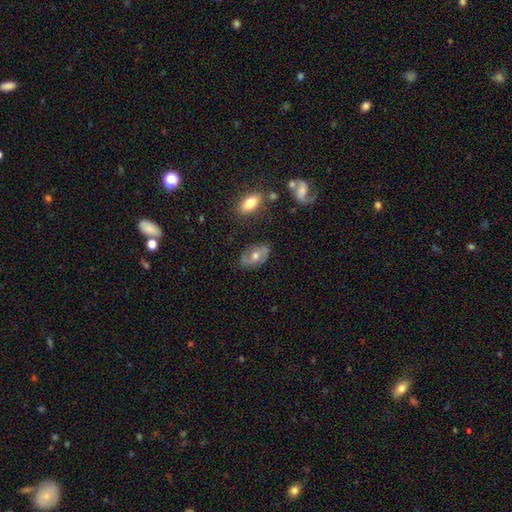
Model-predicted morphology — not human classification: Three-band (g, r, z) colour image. It shows a featured or disk galaxy (64%) with no bar (55%), spiral arms (72%) and a moderate central bulge (73%). Merging: none (75%).